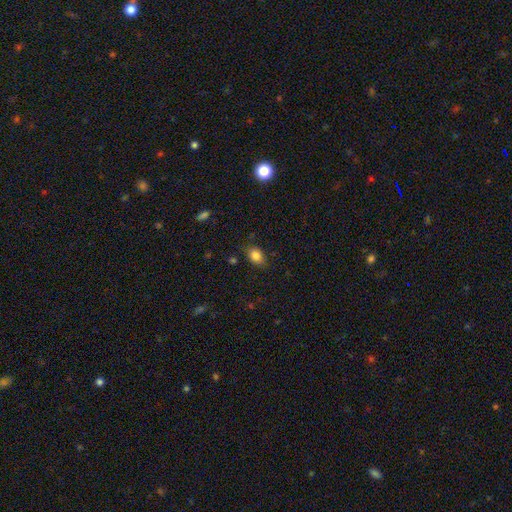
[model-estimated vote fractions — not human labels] A smooth galaxy with no disk features (84%) that is in between round and cigar-shaped (74%). Merging: none (80%).